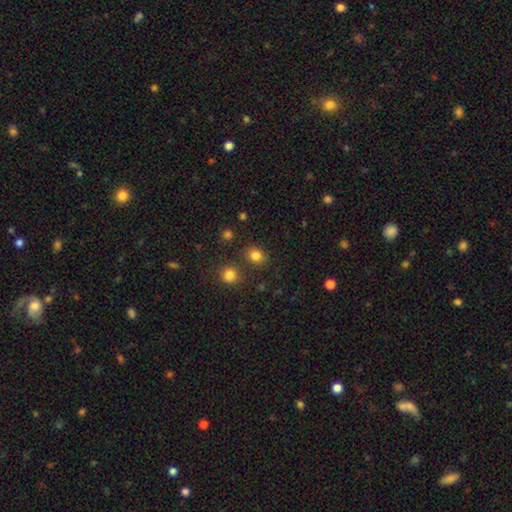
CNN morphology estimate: Smooth or featured? smooth (82%)
How rounded? round (60%)
Merging? none (78%)